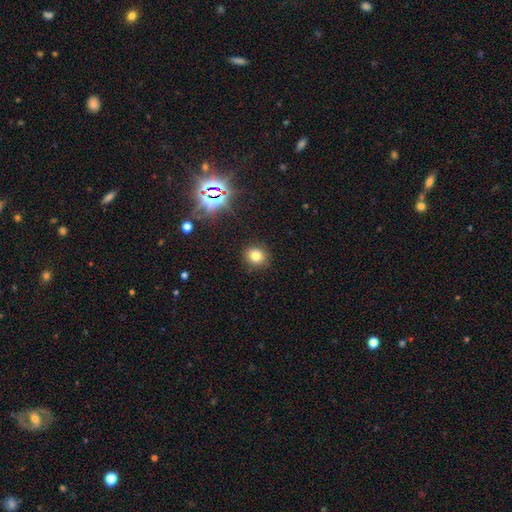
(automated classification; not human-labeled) A smooth galaxy with no disk features (75%) that is round (82%). Merging: none (89%).